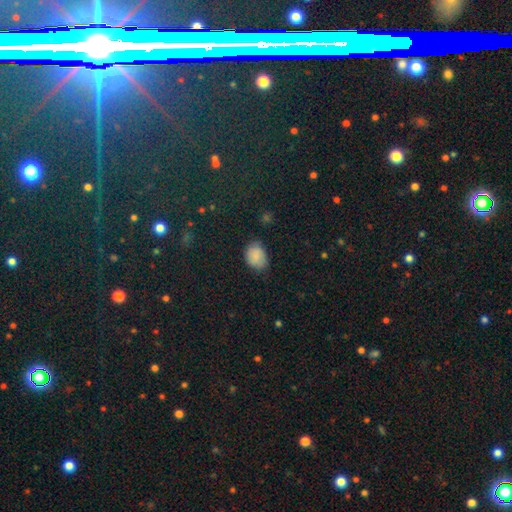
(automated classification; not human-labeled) Smooth or featured? smooth (85%)
How rounded? in between (64%)
Merging? none (66%)